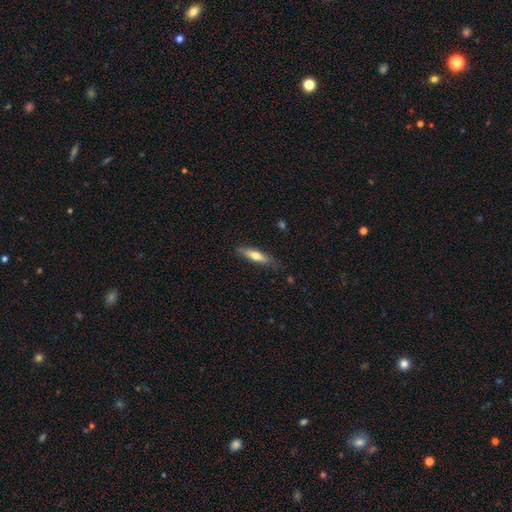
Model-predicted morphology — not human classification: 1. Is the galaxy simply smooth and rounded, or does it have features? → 62% smooth, 32% featured or disk, 6% star or artifact.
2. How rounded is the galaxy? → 69% cigar-shaped, 29% in between, 2% round.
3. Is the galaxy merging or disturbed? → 80% none, 15% minor disturbance, 3% major disturbance, 1% merger.